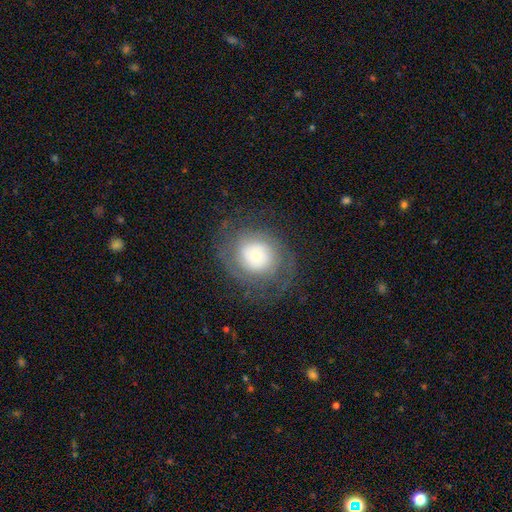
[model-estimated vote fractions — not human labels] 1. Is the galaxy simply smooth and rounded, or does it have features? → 54% featured or disk, 36% smooth, 10% star or artifact.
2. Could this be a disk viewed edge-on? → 96% no, 4% yes.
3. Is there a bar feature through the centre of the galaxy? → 84% no, 13% weak, 4% strong.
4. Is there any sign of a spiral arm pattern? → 67% yes, 33% no.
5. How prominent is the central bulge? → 51% small, 33% moderate, 11% large, 4% dominant, 1% none.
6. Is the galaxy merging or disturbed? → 72% none, 15% minor disturbance, 12% major disturbance, 1% merger.